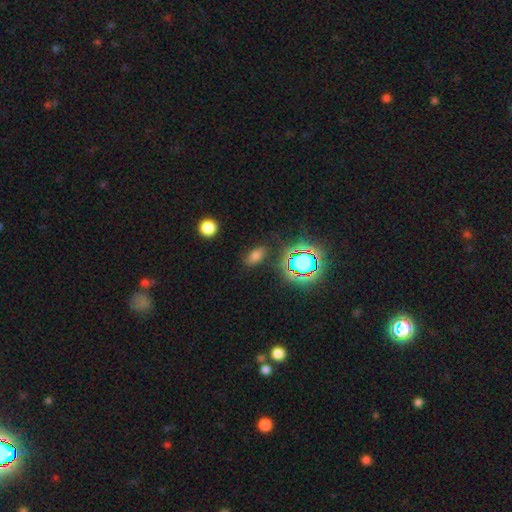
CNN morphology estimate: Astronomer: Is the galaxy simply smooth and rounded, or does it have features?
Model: smooth — 66%.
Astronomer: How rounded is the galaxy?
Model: in between — 86%.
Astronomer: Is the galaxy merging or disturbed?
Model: none — 82%.